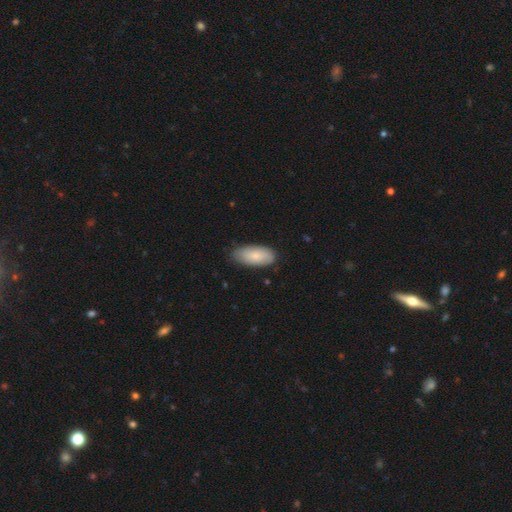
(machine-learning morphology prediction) This appears to be a smooth galaxy with no disk features (80%) that is in between round and cigar-shaped (91%). Merging: none (78%).